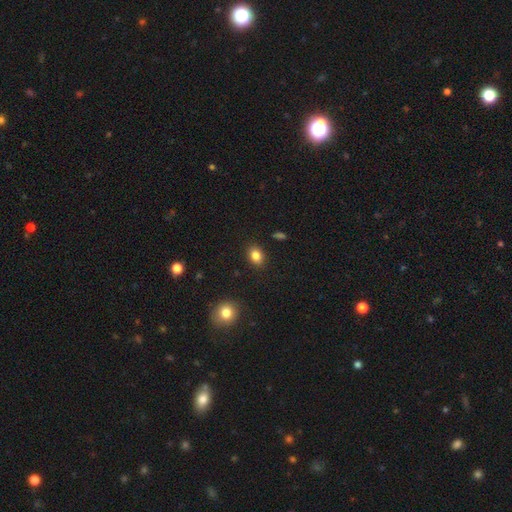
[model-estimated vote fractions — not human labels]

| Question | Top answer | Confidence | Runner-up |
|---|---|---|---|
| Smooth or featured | smooth | 84% | star or artifact (10%) |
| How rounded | in between | 64% | round (35%) |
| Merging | none | 89% | minor disturbance (8%) |